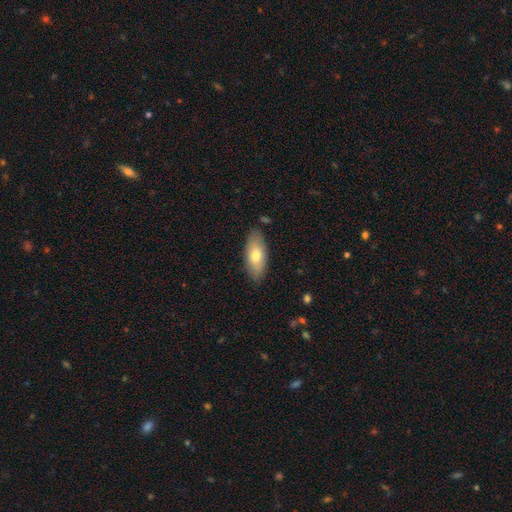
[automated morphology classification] This is likely a smooth galaxy (71%). How rounded: clearly in between (83%). Merging: clearly none (84%).